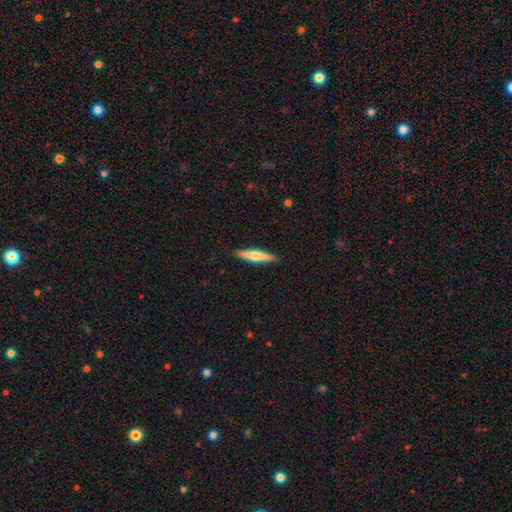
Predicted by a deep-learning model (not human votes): Q: Smooth or featured?
A: smooth (55%); runner-up: featured or disk (39%)
Q: How rounded?
A: cigar-shaped (88%); runner-up: in between (11%)
Q: Merging?
A: none (90%); runner-up: minor disturbance (7%)